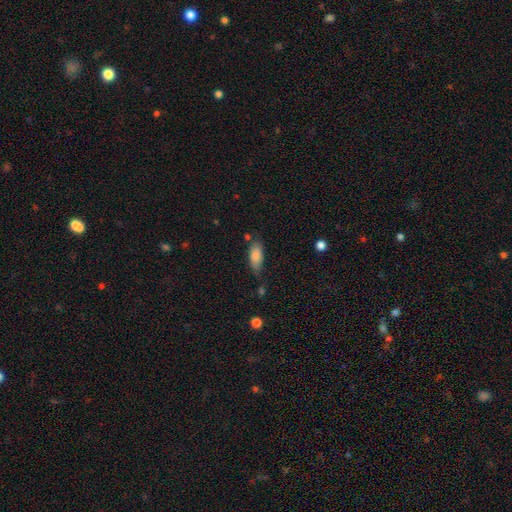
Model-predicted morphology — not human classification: This appears to be a smooth galaxy with no disk features (83%) that is in between round and cigar-shaped (85%). Merging: none (62%).